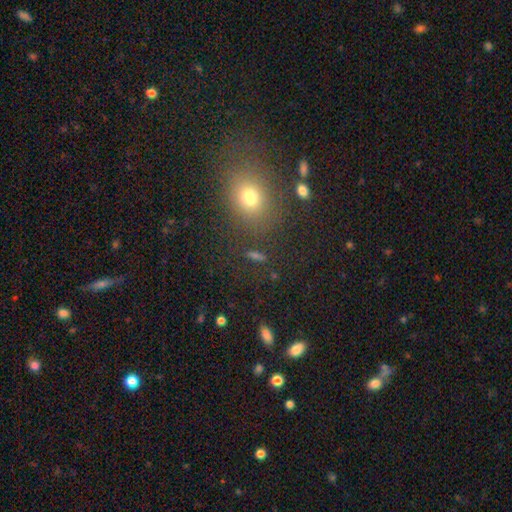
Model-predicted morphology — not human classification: type=smooth (57%); roundness=in between (50%); merging=none (77%).